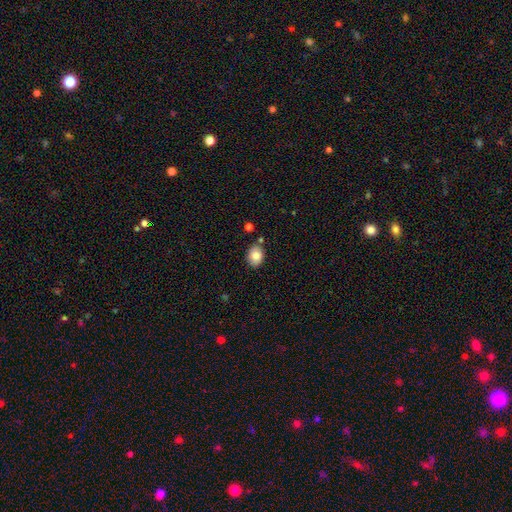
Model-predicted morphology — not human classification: smooth 83%, featured or disk 9%, star or artifact 8%. Down the decision tree: how rounded — in between (58%); merging — none (78%).